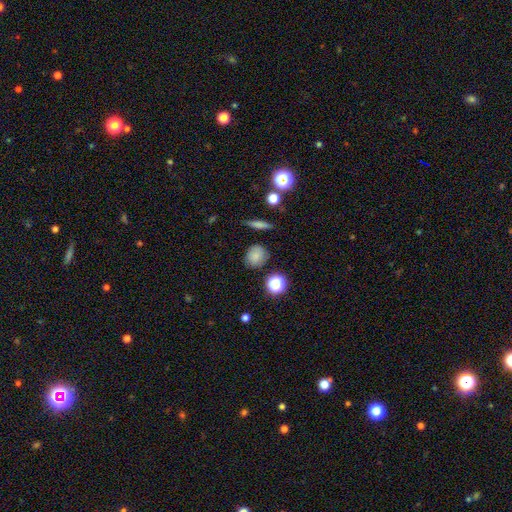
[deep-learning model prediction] Morphology: type=smooth (79%); roundness=round (77%); merging=none (79%).